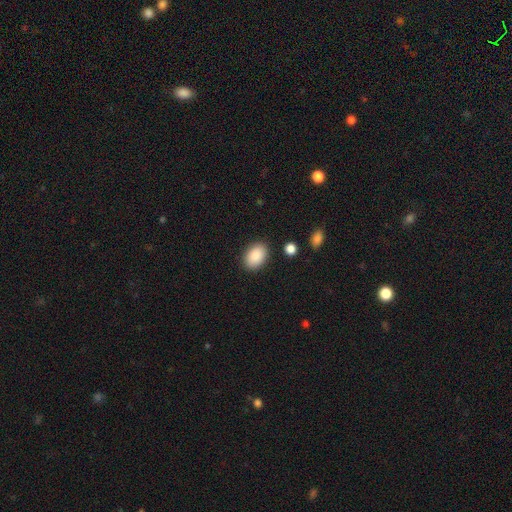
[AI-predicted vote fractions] Morphology: type=smooth (90%); roundness=in between (86%); merging=none (87%).